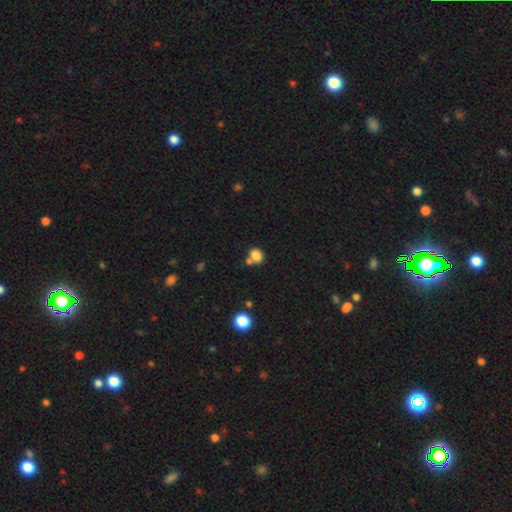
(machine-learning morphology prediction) This appears to be a smooth galaxy with no disk features (82%) that is round (55%). Merging: none (56%).